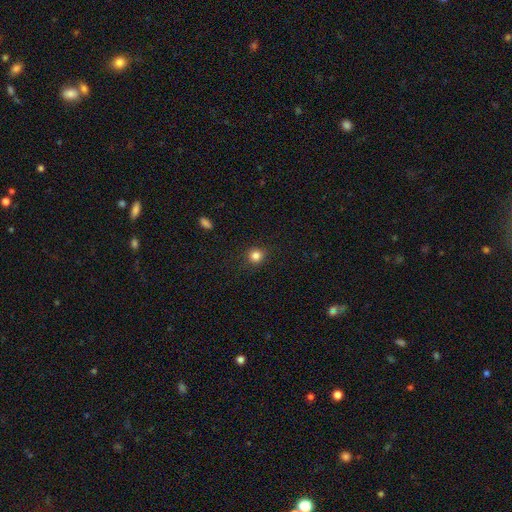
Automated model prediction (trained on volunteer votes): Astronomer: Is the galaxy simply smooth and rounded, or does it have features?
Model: smooth — 84%.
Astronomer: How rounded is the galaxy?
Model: round — 91%.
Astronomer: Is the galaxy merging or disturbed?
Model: none — 90%.